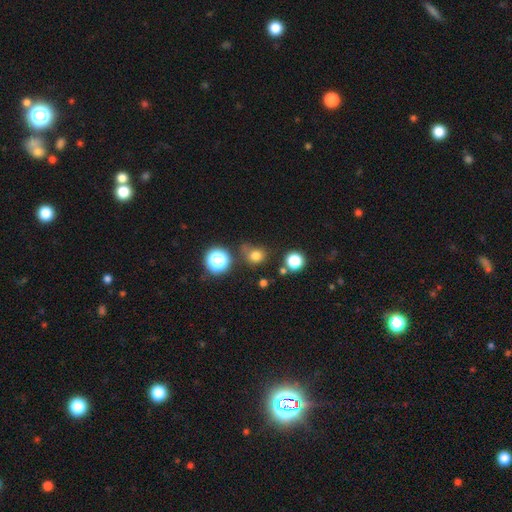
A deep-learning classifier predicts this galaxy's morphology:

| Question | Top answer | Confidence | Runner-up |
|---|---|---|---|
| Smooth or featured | smooth | 75% | star or artifact (19%) |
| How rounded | round | 78% | in between (21%) |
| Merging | none | 64% | minor disturbance (19%) |